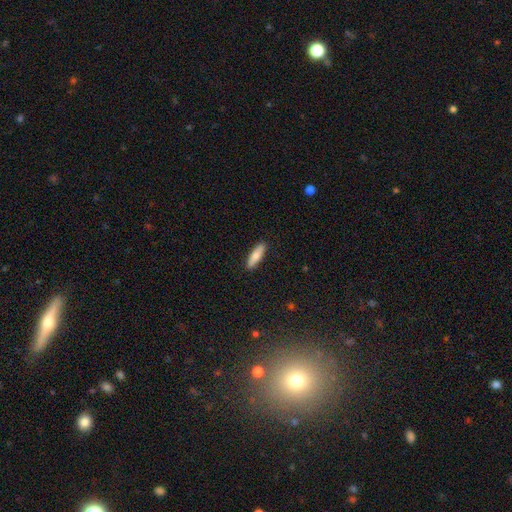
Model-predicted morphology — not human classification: Smooth or featured: smooth — 76% (featured or disk — 19%)
How rounded: cigar-shaped — 67% (in between — 32%)
Merging: none — 90% (minor disturbance — 7%)